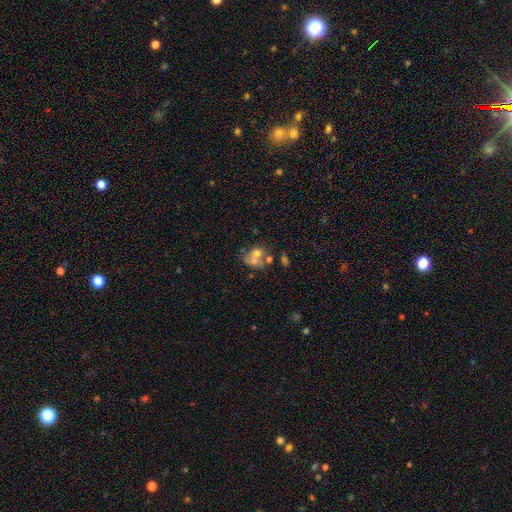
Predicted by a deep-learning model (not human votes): Morphology: type=smooth (54%); roundness=round (52%); merging=merger (49%).